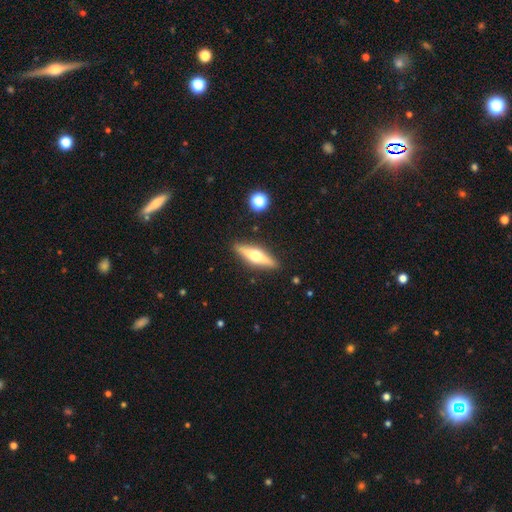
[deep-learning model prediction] Smooth or featured? Predicted: featured or disk (p=0.60). Edge-on disk? Predicted: yes (p=0.94). Edge-on bulge? Predicted: rounded (p=0.95). Merging? Predicted: none (p=0.89).